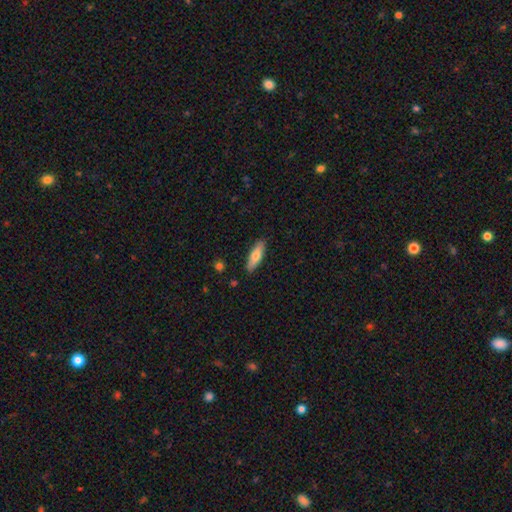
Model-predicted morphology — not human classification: A smooth galaxy with no disk features (70%) that is cigar-shaped (51%). Merging: none (88%).